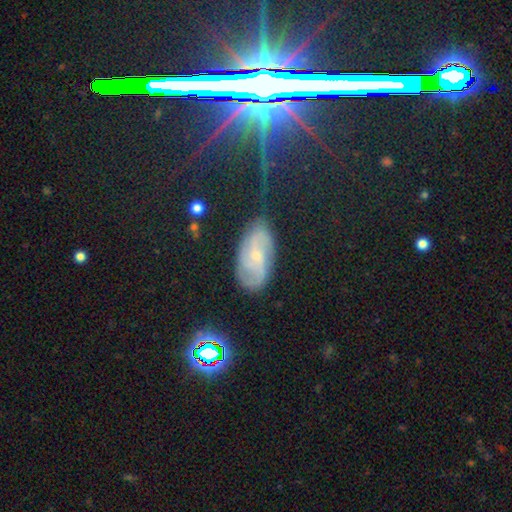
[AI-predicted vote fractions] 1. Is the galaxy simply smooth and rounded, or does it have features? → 70% featured or disk, 18% smooth, 13% star or artifact.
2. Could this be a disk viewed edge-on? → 96% no, 4% yes.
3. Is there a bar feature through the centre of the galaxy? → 50% no, 40% weak, 9% strong.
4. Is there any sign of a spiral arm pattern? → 94% yes, 6% no.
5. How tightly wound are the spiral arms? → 42% medium, 41% tight, 17% loose.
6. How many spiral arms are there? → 42% 2, 24% can't tell, 19% 3, 6% 4, 5% 1, 4% more than 4.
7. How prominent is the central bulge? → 72% small, 22% moderate, 4% none, 1% large, 1% dominant.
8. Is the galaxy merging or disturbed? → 78% none, 16% minor disturbance, 4% major disturbance, 2% merger.